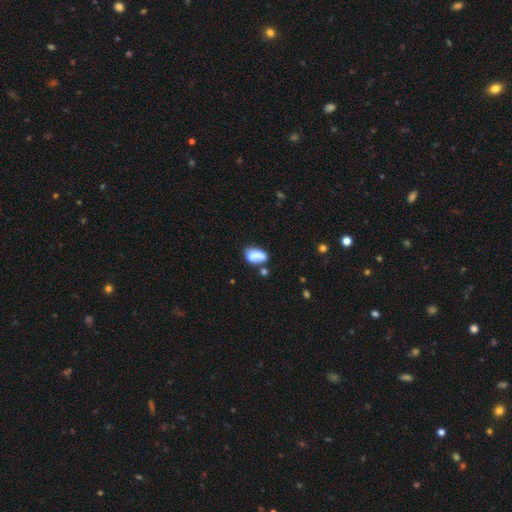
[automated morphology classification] Smooth or featured? smooth (76%)
How rounded? in between (88%)
Merging? none (38%)